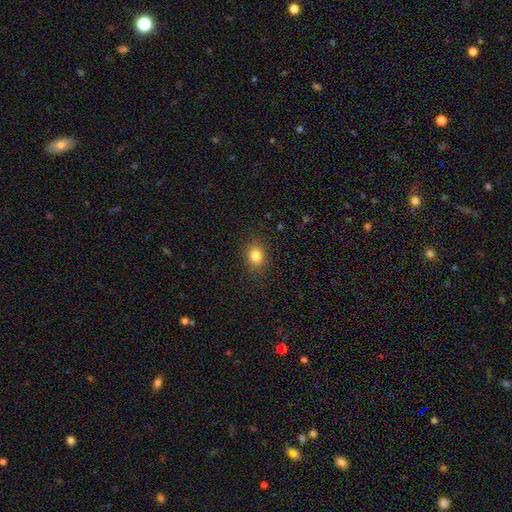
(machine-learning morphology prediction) smooth-or-featured: smooth: 83% | star or artifact: 11% | featured or disk: 6%
  how-rounded: round: 55% | in between: 44% | cigar-shaped: 1%
  merging: none: 86% | minor disturbance: 10% | major disturbance: 3% | merger: 1%